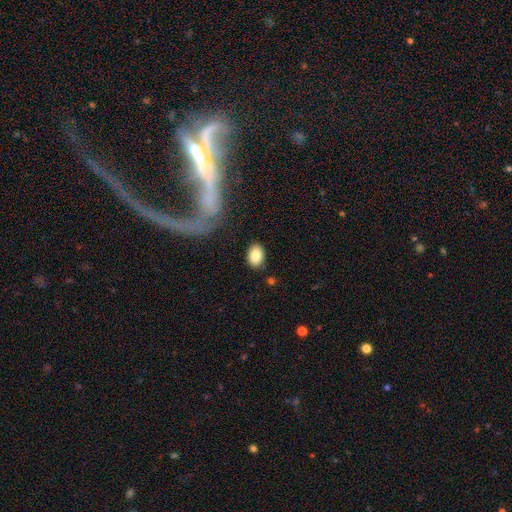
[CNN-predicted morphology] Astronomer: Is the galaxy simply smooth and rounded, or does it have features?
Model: smooth — 86%.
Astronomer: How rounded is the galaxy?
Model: in between — 82%.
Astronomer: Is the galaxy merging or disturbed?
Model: none — 82%.